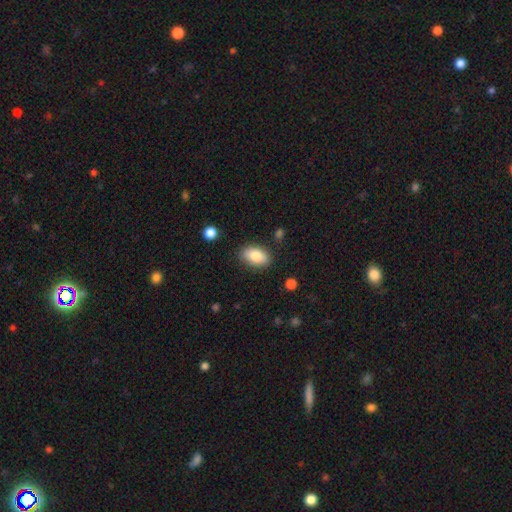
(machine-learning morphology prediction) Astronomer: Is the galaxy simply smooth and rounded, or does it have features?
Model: smooth — 83%.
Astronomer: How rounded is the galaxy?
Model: in between — 91%.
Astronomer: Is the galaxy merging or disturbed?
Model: none — 84%.